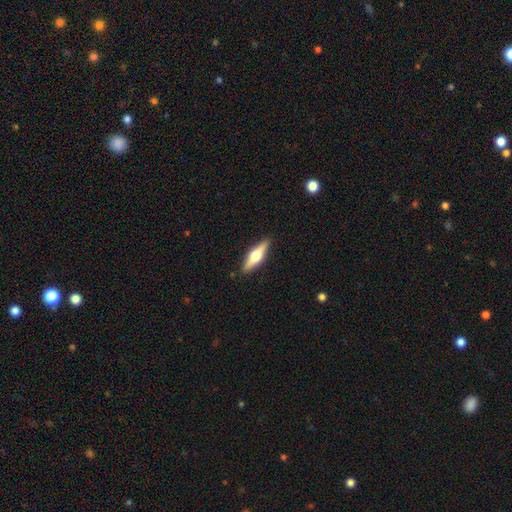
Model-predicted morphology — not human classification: This appears to be a featured or disk galaxy (63%) viewed edge-on (96%) with a rounded central bulge (95%). Merging: none (90%).